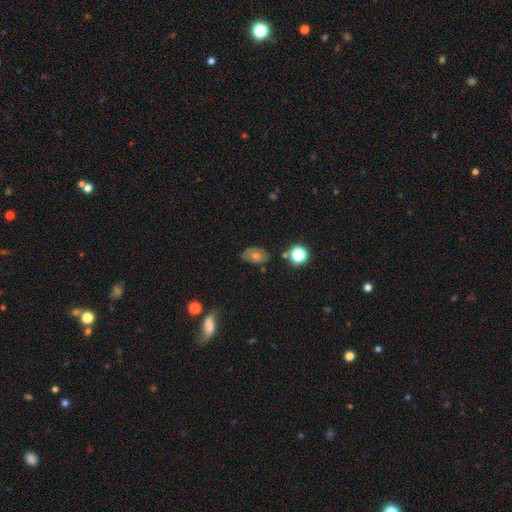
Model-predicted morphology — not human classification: smooth-or-featured: smooth: 50% | featured or disk: 36% | star or artifact: 13%
  how-rounded: in between: 80% | round: 18% | cigar-shaped: 2%
  merging: none: 73% | minor disturbance: 18% | major disturbance: 5% | merger: 4%